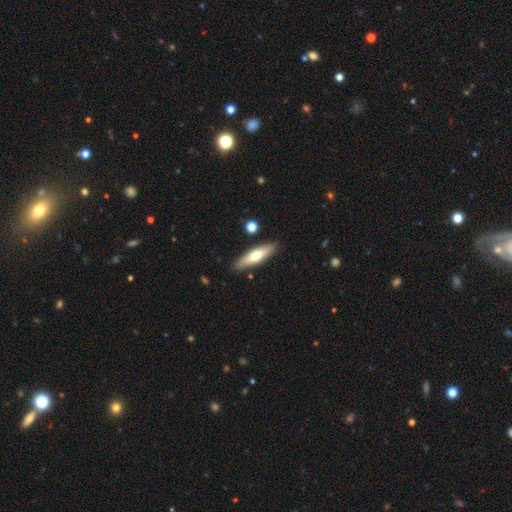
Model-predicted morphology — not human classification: The model was most divided on "smooth or featured": smooth: 56%, featured or disk: 38%, star or artifact: 6%. More confident: merging — none (87%); how rounded — cigar-shaped (65%).